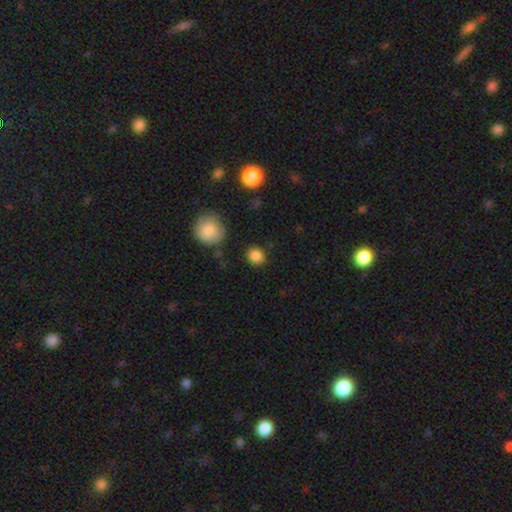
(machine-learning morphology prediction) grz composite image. It shows a smooth galaxy with no disk features (86%) that is round (78%). Merging: none (87%).